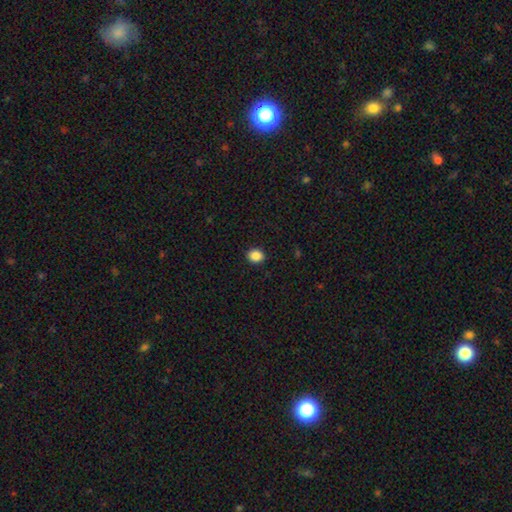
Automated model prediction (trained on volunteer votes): Overall: smooth (88%). How rounded: round (64%; in between 36%). Merging: none (91%).